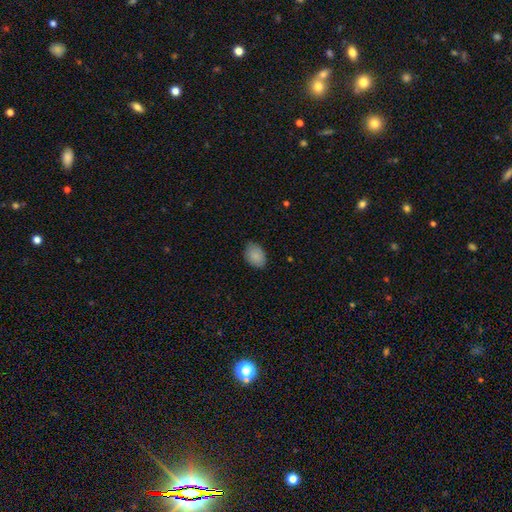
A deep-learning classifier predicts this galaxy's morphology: A smooth galaxy with no disk features (88%) that is in between round and cigar-shaped (77%).

Vote fractions:
- Smooth or featured? smooth: 88% / star or artifact: 8% / featured or disk: 4%
- How rounded? in between: 77% / round: 22% / cigar-shaped: 1%
- Merging? none: 78% / minor disturbance: 18% / major disturbance: 3% / merger: 1%